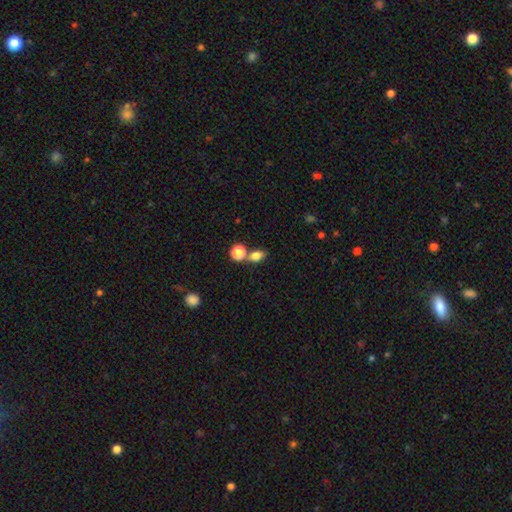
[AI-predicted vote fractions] Q: Smooth or featured?
A: smooth (80%); runner-up: star or artifact (13%)
Q: How rounded?
A: in between (67%); runner-up: round (31%)
Q: Merging?
A: none (55%); runner-up: merger (30%)